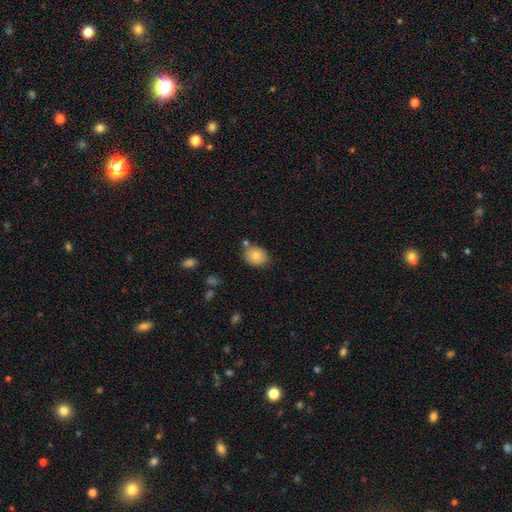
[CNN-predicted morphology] The model was most divided on "how rounded": in between: 50%, round: 49%, cigar-shaped: 1%. More confident: smooth or featured — smooth (79%); merging — none (73%).